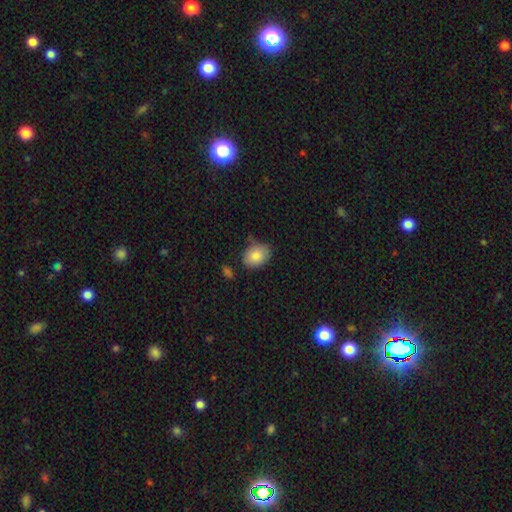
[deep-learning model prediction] Morphology: type=smooth (84%); roundness=in between (67%); merging=none (68%).